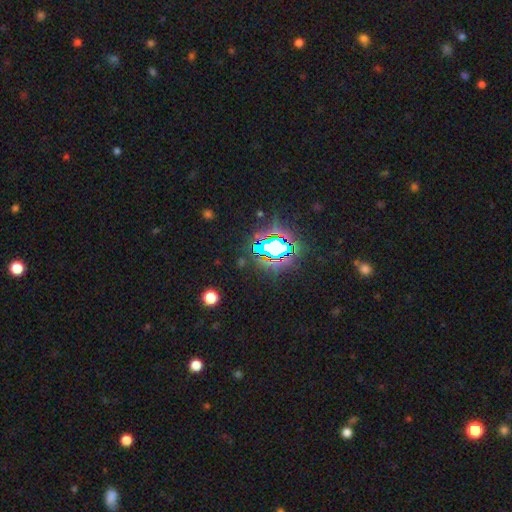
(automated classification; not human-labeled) The model was most divided on "smooth or featured": star or artifact: 83%, smooth: 10%, featured or disk: 7%.